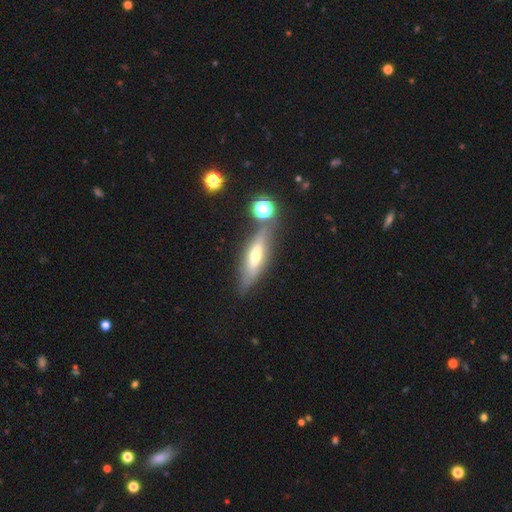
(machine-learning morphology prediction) This is possibly a featured or disk galaxy (56%). It is likely viewed edge-on (78%). Merging: likely none (72%).